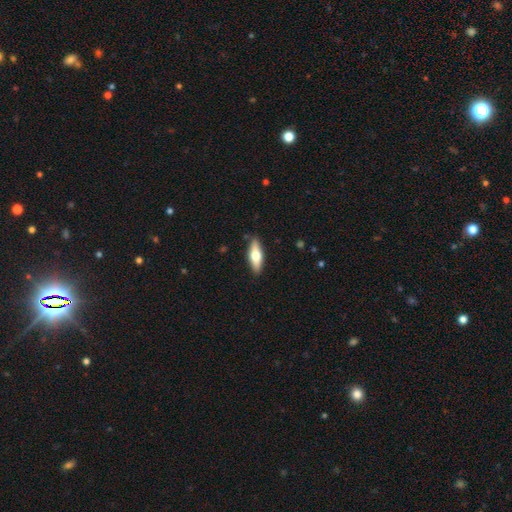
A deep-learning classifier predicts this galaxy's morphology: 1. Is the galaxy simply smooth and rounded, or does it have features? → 55% smooth, 39% featured or disk, 6% star or artifact.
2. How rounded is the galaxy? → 56% in between, 42% cigar-shaped, 3% round.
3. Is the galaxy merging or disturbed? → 87% none, 10% minor disturbance, 2% major disturbance, 1% merger.